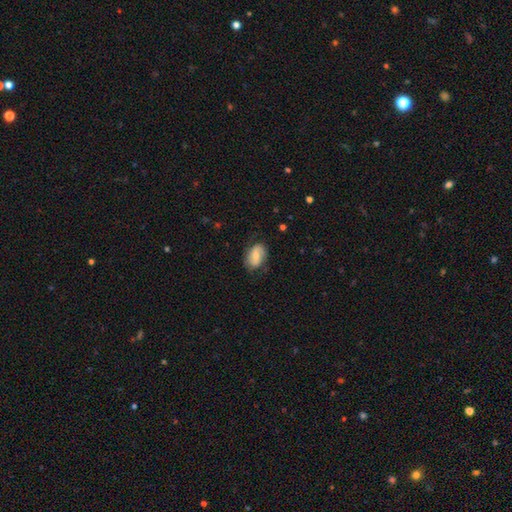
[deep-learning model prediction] This is possibly a featured or disk galaxy (52%). It is clearly not viewed edge-on (96%). Merging: likely none (73%).